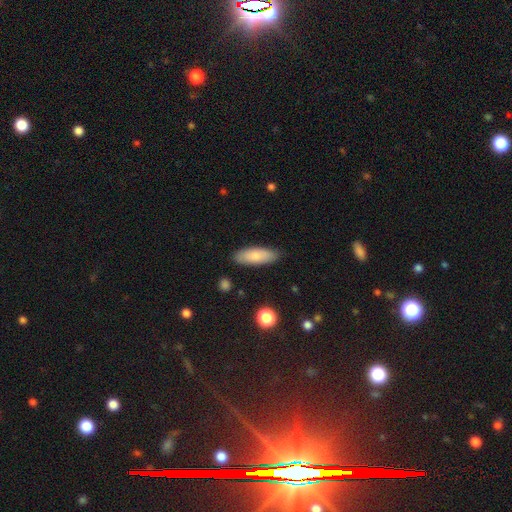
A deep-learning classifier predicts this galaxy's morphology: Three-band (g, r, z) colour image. It shows a smooth galaxy with no disk features (78%) that is in between round and cigar-shaped (70%). Merging: none (86%).